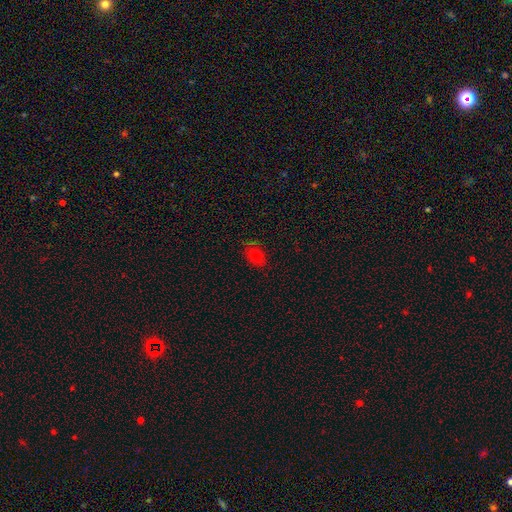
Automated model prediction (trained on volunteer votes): Overall: smooth (75%). How rounded: in between (63%; round 36%). Merging: none (77%).